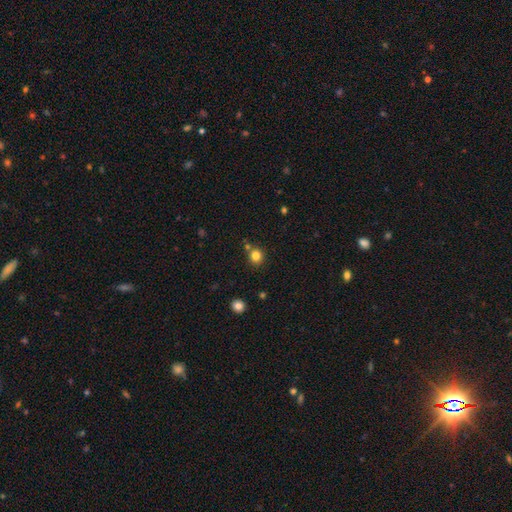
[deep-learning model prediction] Smooth or featured? smooth (82%)
How rounded? round (88%)
Merging? none (77%)